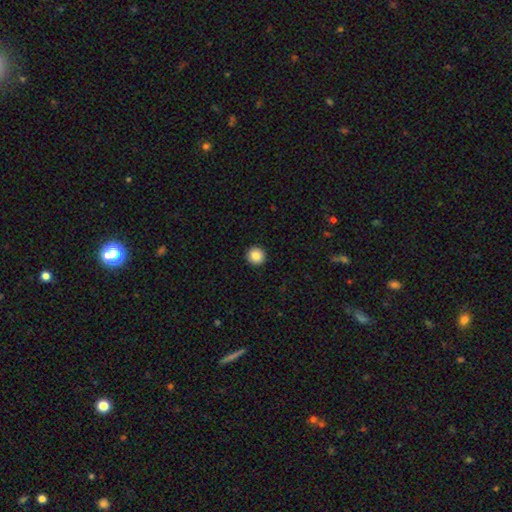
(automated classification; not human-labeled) Morphology: type=smooth (87%); roundness=round (95%); merging=none (94%).